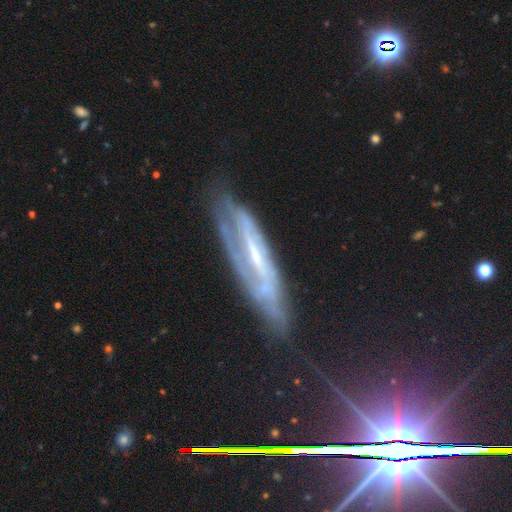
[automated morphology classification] smooth_or_featured: featured or disk (p=0.76) [alt: smooth p=0.15]
disk_edge_on: no (p=0.56) [alt: yes p=0.44]
merging: none (p=0.58) [alt: minor disturbance p=0.24]